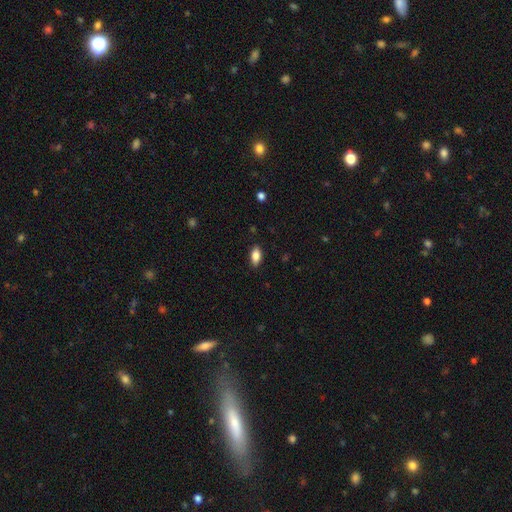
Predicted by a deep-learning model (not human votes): smooth_or_featured: smooth (p=0.83) [alt: featured or disk p=0.09]
how_rounded: in between (p=0.90) [alt: cigar-shaped p=0.06]
merging: none (p=0.88) [alt: minor disturbance p=0.09]